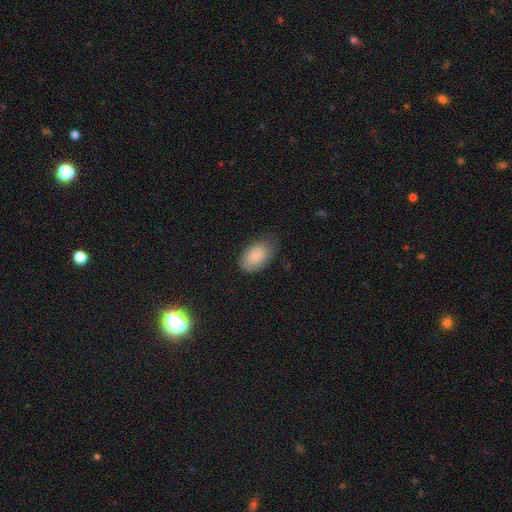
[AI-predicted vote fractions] Smooth or featured: smooth — 86% (featured or disk — 8%)
How rounded: in between — 93% (round — 6%)
Merging: none — 67% (minor disturbance — 26%)